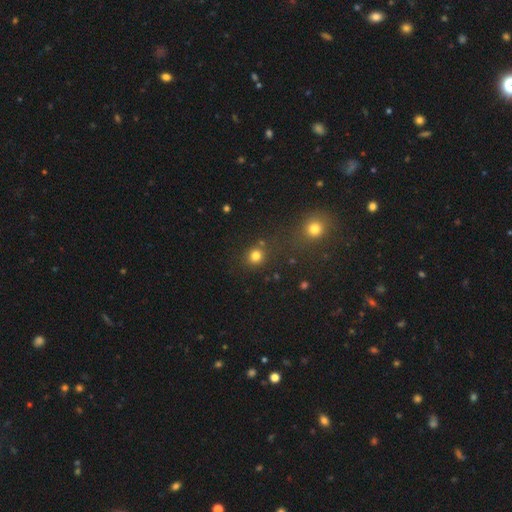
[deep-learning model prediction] Q: Smooth or featured?
A: smooth (79%); runner-up: star or artifact (16%)
Q: How rounded?
A: round (86%); runner-up: in between (13%)
Q: Merging?
A: none (78%); runner-up: merger (9%)